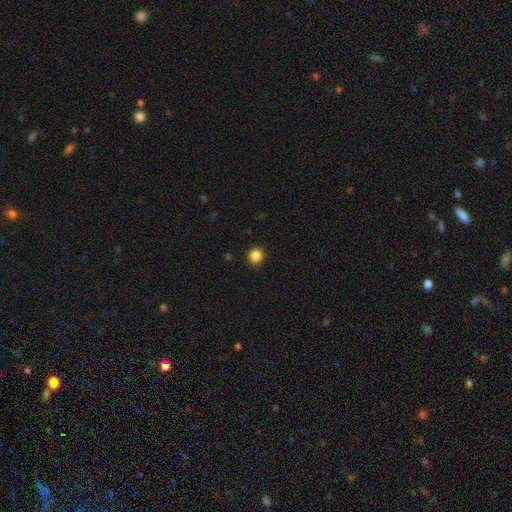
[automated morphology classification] A smooth galaxy with no disk features (86%) that is round (90%).

Vote fractions:
- Smooth or featured? smooth: 86% / star or artifact: 11% / featured or disk: 3%
- How rounded? round: 90% / in between: 9% / cigar-shaped: 1%
- Merging? none: 92% / minor disturbance: 6% / major disturbance: 2% / merger: 1%